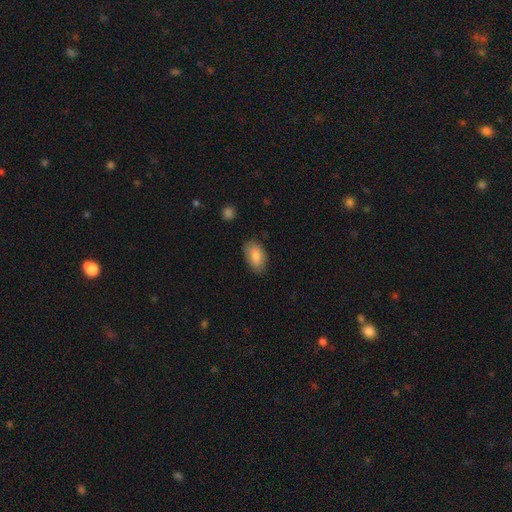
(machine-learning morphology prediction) The model was most divided on "merging": none: 76%, minor disturbance: 18%, major disturbance: 3%, merger: 3%. More confident: how rounded — in between (92%); smooth or featured — smooth (81%).